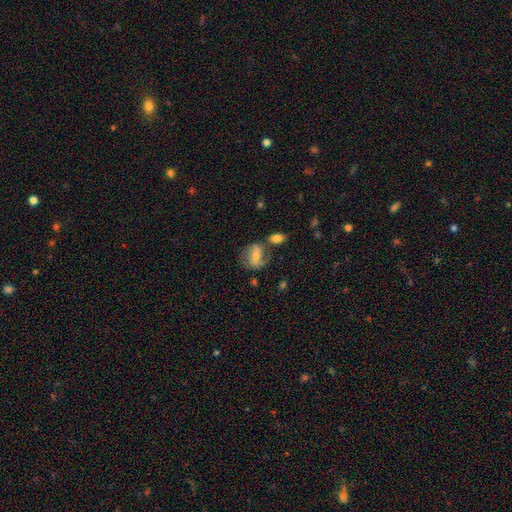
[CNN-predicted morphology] This is possibly a featured or disk galaxy (48%). Merging: possibly none (48%).